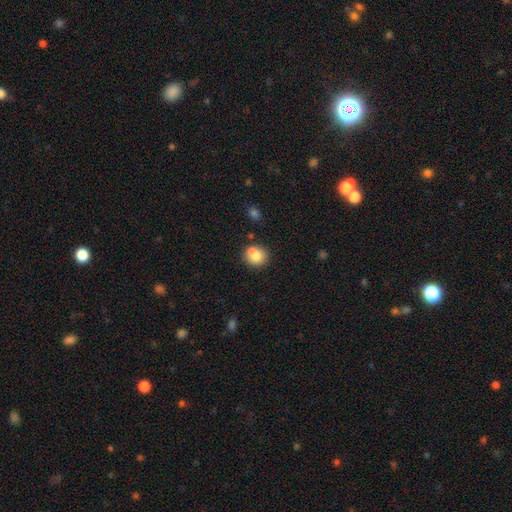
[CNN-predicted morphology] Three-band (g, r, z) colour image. It shows a smooth galaxy with no disk features (75%) that is round (76%). Merging: none (55%).